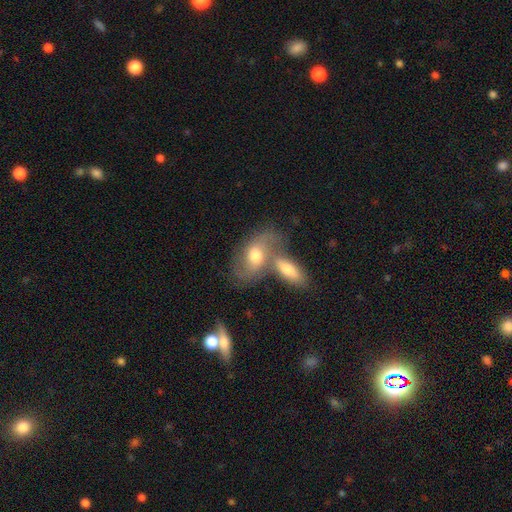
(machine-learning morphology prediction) This is possibly a featured or disk galaxy (49%). Merging: possibly merger (54%).